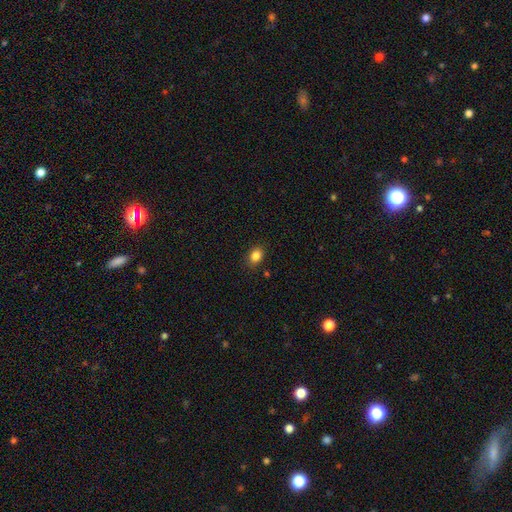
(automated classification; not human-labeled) Smooth or featured: smooth — 84% (star or artifact — 11%)
How rounded: in between — 60% (round — 38%)
Merging: none — 87% (minor disturbance — 10%)